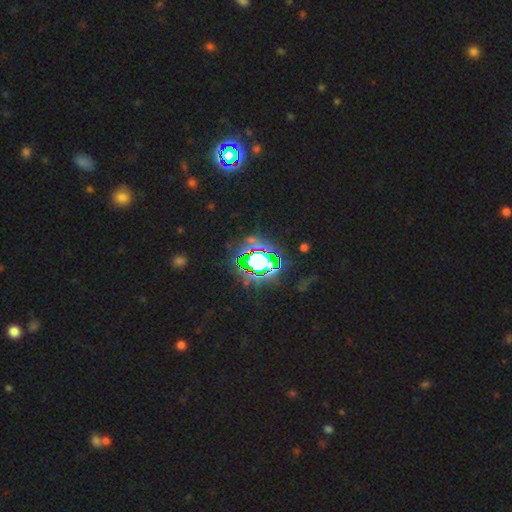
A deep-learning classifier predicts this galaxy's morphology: Smooth or featured: star or artifact — 79% (smooth — 12%)